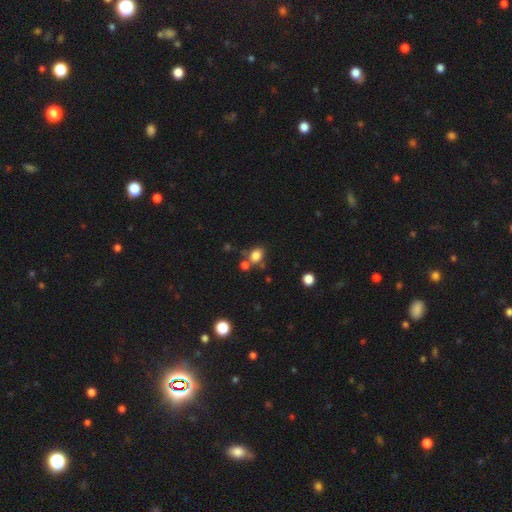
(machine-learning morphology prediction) This appears to be a smooth galaxy with no disk features (81%) that is in between round and cigar-shaped (54%). Merging: none (60%).